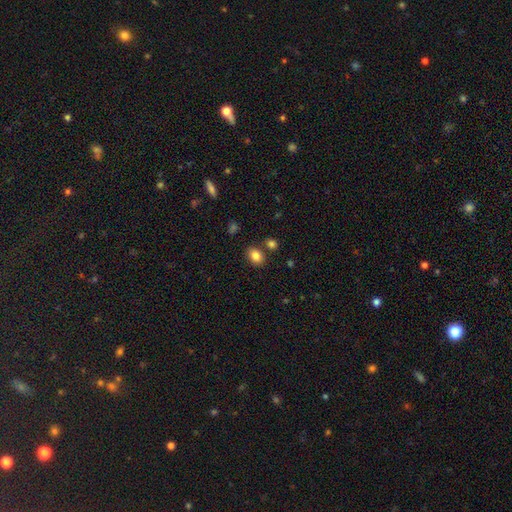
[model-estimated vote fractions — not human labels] Smooth or featured? smooth (84%)
How rounded? in between (67%)
Merging? none (80%)